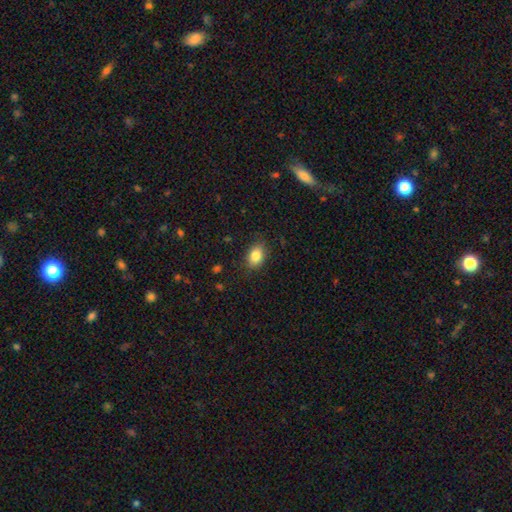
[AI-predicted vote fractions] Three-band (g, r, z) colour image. It shows a smooth galaxy with no disk features (85%) that is in between round and cigar-shaped (78%). Merging: none (85%).